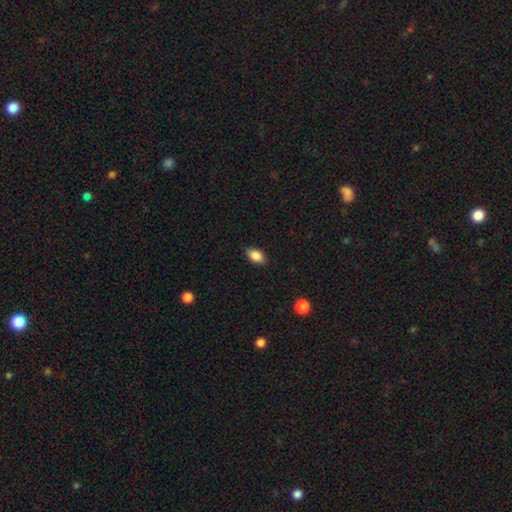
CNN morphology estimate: smooth 87%, star or artifact 8%, featured or disk 5%. Down the decision tree: how rounded — in between (90%); merging — none (88%).